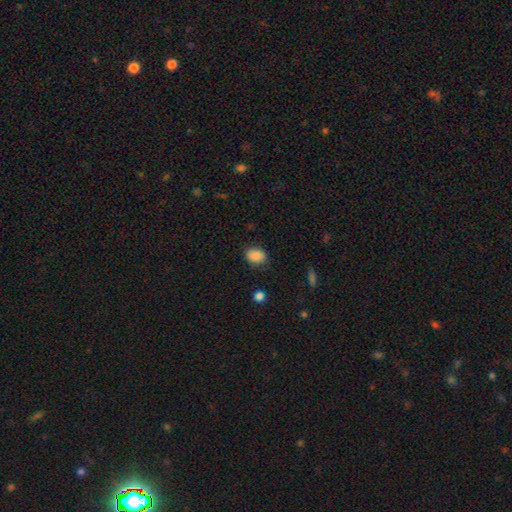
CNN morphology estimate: A smooth galaxy with no disk features (88%) that is in between round and cigar-shaped (68%).

Vote fractions:
- Smooth or featured? smooth: 88% / star or artifact: 8% / featured or disk: 4%
- How rounded? in between: 68% / round: 31% / cigar-shaped: 1%
- Merging? none: 81% / minor disturbance: 14% / major disturbance: 3% / merger: 1%